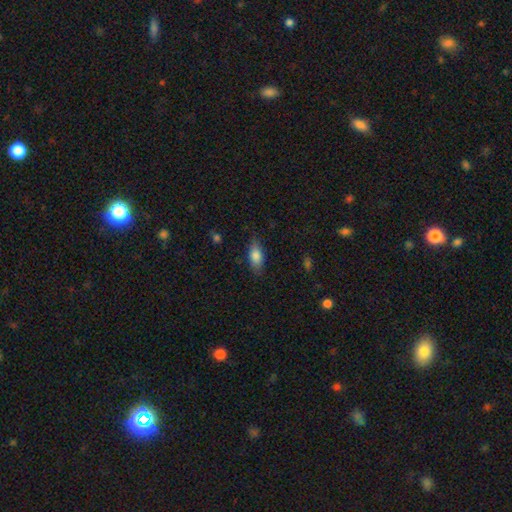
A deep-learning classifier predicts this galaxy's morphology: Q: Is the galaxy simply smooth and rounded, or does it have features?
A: smooth — 80%.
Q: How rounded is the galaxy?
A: in between — 82%.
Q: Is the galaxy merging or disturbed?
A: none — 79%.